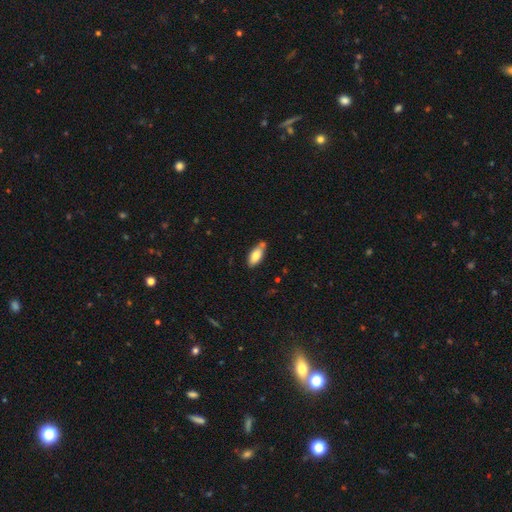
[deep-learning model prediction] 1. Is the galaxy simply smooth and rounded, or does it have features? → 79% smooth, 14% featured or disk, 7% star or artifact.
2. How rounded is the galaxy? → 84% in between, 13% cigar-shaped, 2% round.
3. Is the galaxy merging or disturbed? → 65% none, 19% minor disturbance, 13% merger, 3% major disturbance.